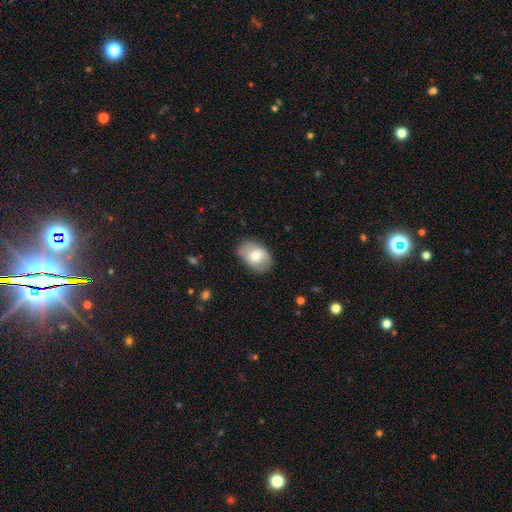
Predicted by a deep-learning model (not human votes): Q: Smooth or featured?
A: smooth (71%); runner-up: featured or disk (22%)
Q: How rounded?
A: in between (79%); runner-up: round (20%)
Q: Merging?
A: none (76%); runner-up: minor disturbance (19%)